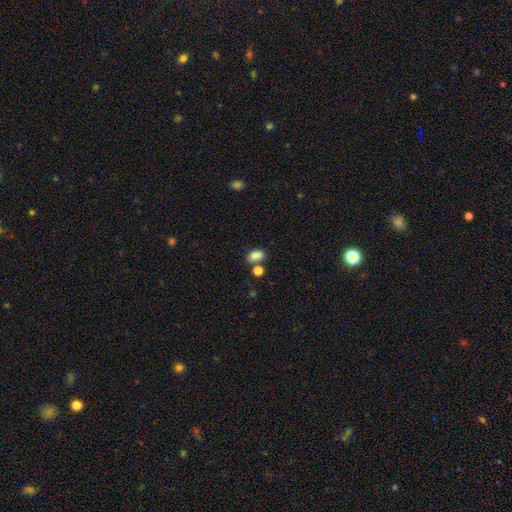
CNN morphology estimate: Q: Smooth or featured?
A: smooth (84%); runner-up: star or artifact (11%)
Q: How rounded?
A: in between (84%); runner-up: round (14%)
Q: Merging?
A: none (58%); runner-up: merger (21%)